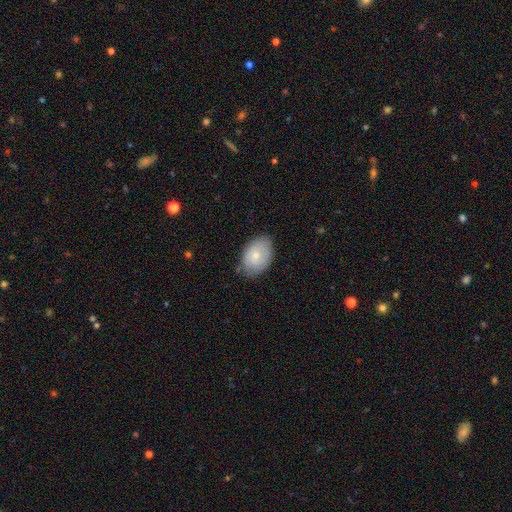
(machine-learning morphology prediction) Smooth or featured? Predicted: smooth (p=0.66). How rounded? Predicted: in between (p=0.85). Merging? Predicted: none (p=0.73).